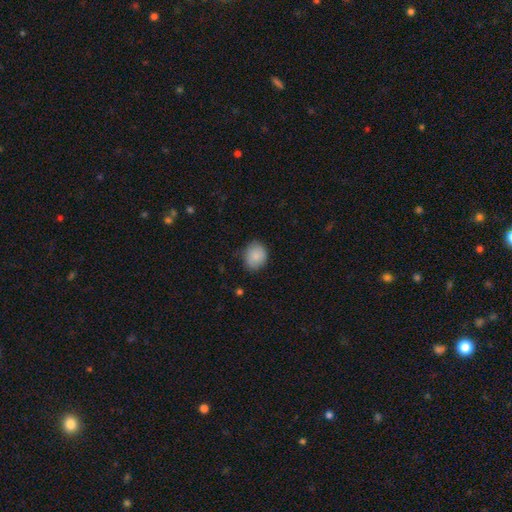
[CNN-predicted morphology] Smooth or featured: smooth — 87% (star or artifact — 7%)
How rounded: round — 60% (in between — 39%)
Merging: none — 79% (minor disturbance — 17%)